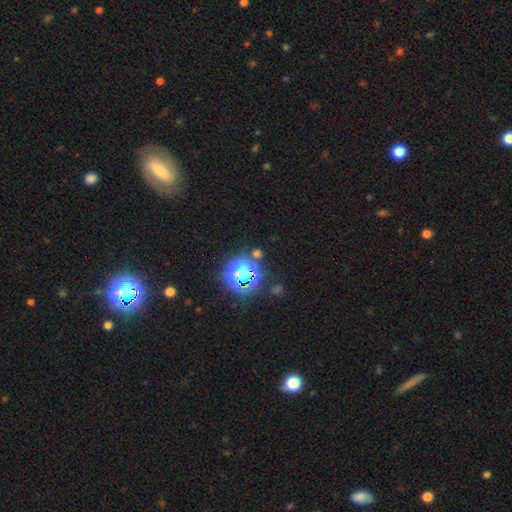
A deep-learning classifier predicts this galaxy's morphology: Smooth or featured?
  - star or artifact: 68% *
  - smooth: 23%
  - featured or disk: 9%